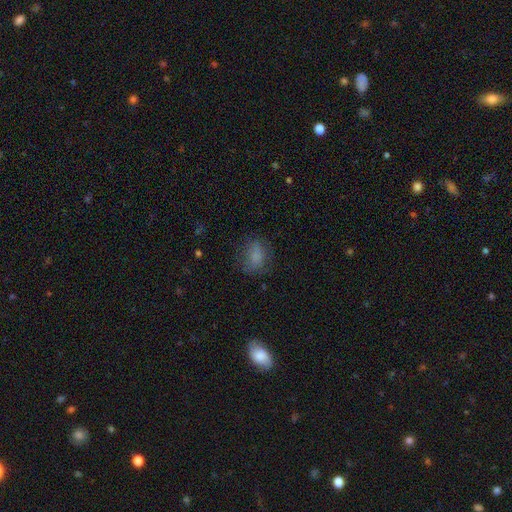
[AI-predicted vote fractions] A smooth galaxy with no disk features (75%) that is in between round and cigar-shaped (60%).

Vote fractions:
- Smooth or featured? smooth: 75% / featured or disk: 13% / star or artifact: 12%
- How rounded? in between: 60% / round: 38% / cigar-shaped: 2%
- Merging? none: 66% / minor disturbance: 21% / major disturbance: 12% / merger: 1%